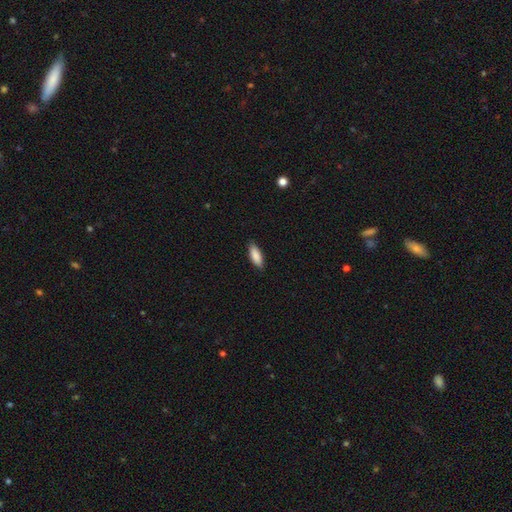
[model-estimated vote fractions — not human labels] A smooth galaxy with no disk features (88%) that is in between round and cigar-shaped (70%). Merging: none (86%).